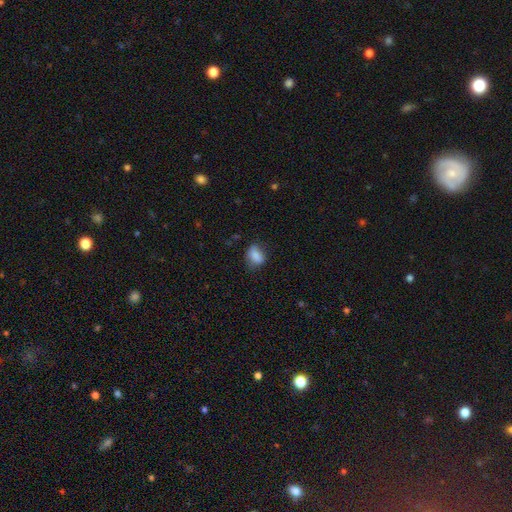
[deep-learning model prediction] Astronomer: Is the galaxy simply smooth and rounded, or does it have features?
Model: smooth — 81%.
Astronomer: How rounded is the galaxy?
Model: in between — 76%.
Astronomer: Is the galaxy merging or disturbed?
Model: none — 59%.